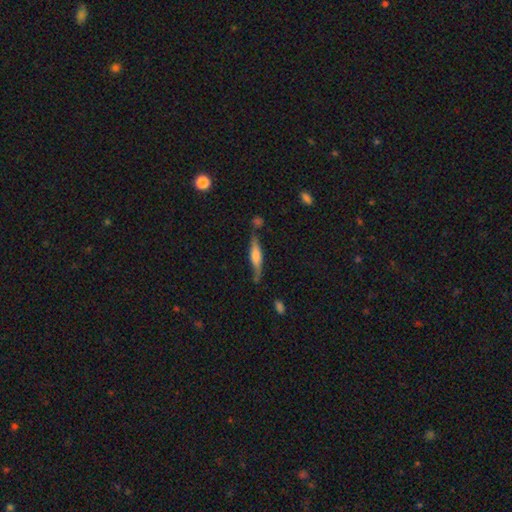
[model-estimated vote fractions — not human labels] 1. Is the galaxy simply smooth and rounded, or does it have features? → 55% featured or disk, 38% smooth, 7% star or artifact.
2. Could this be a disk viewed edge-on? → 93% yes, 7% no.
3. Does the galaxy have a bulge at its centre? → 55% rounded, 35% boxy, 10% none.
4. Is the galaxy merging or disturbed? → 69% none, 20% minor disturbance, 6% merger, 5% major disturbance.